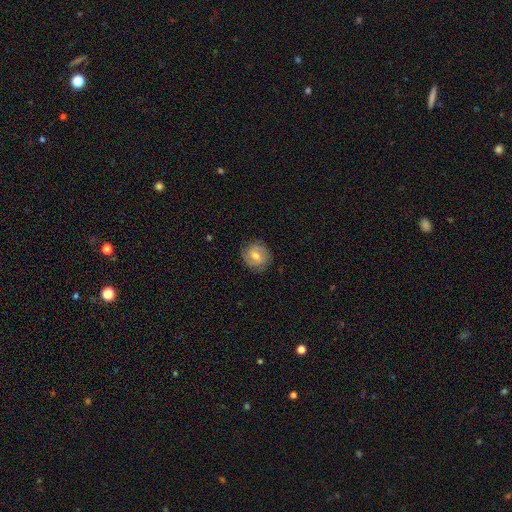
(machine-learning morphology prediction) Smooth or featured? featured or disk (49%)
Merging? none (84%)